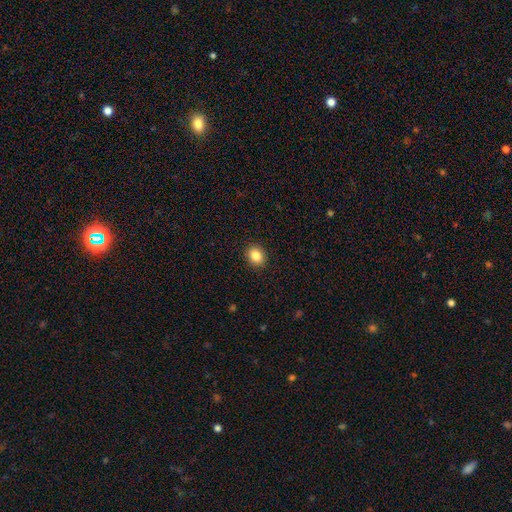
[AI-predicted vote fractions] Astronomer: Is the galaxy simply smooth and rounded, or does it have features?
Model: smooth — 86%.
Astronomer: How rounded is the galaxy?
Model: round — 57% (runner-up: in between, 42%).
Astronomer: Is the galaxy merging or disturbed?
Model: none — 91%.